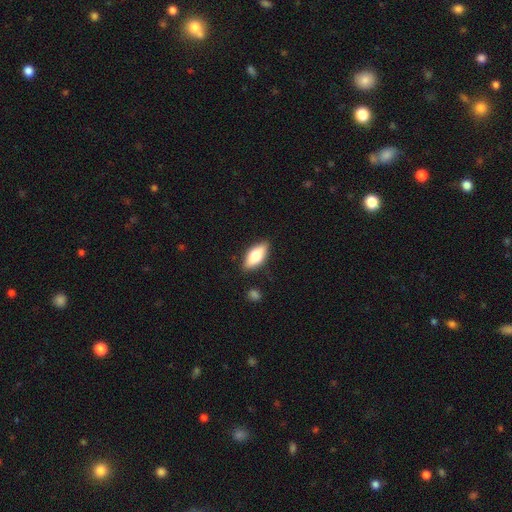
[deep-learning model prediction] Smooth or featured? smooth (67%)
How rounded? in between (81%)
Merging? none (85%)